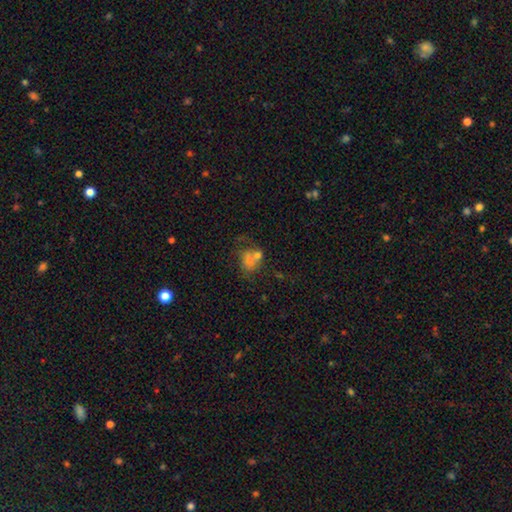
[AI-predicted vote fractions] Q: Smooth or featured?
A: smooth (53%); runner-up: star or artifact (24%)
Q: How rounded?
A: round (50%); runner-up: in between (48%)
Q: Merging?
A: none (37%); runner-up: merger (34%)